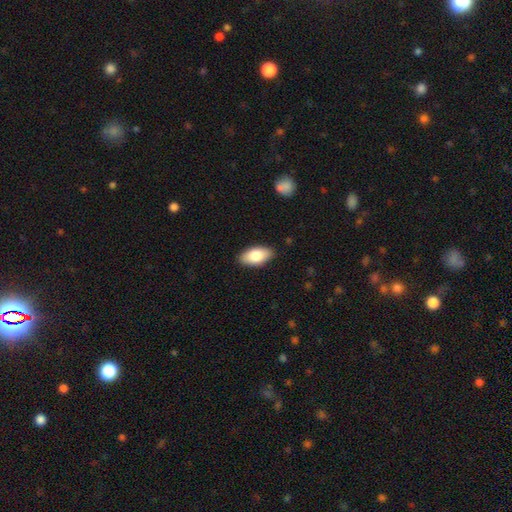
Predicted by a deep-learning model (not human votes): The model was most divided on "smooth or featured": smooth: 82%, featured or disk: 12%, star or artifact: 6%. More confident: how rounded — in between (93%); merging — none (87%).